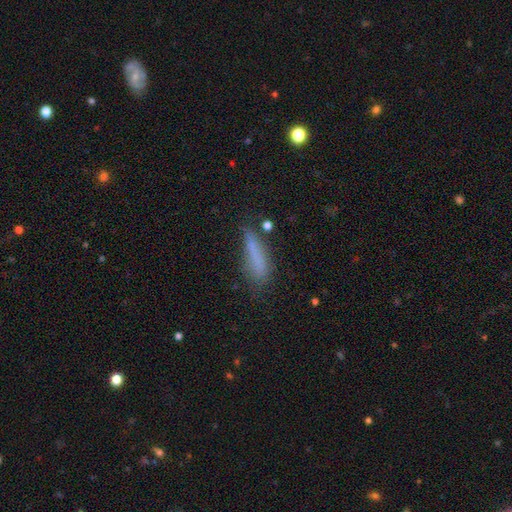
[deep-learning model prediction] Overall: smooth (73%). How rounded: cigar-shaped (78%). Merging: none (62%; minor disturbance 24%).